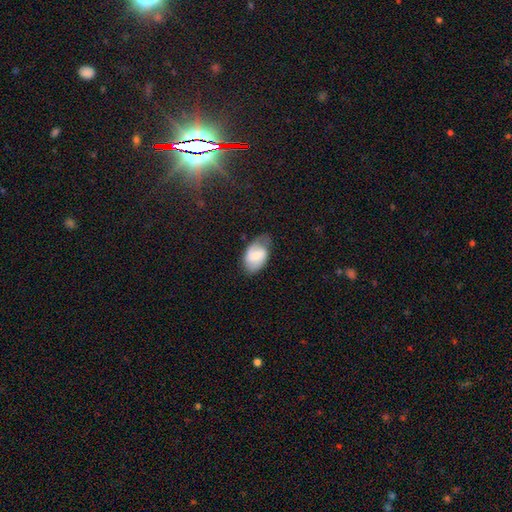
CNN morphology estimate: Smooth or featured? Predicted: smooth (p=0.55). How rounded? Predicted: in between (p=0.89). Merging? Predicted: none (p=0.58).